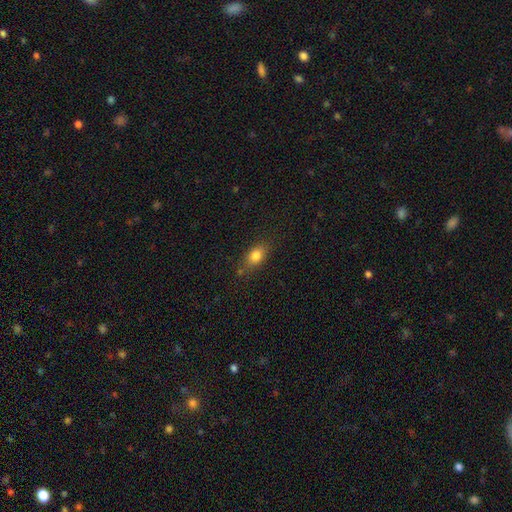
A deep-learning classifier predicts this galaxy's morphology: type=smooth (81%); roundness=in between (77%); merging=none (75%).